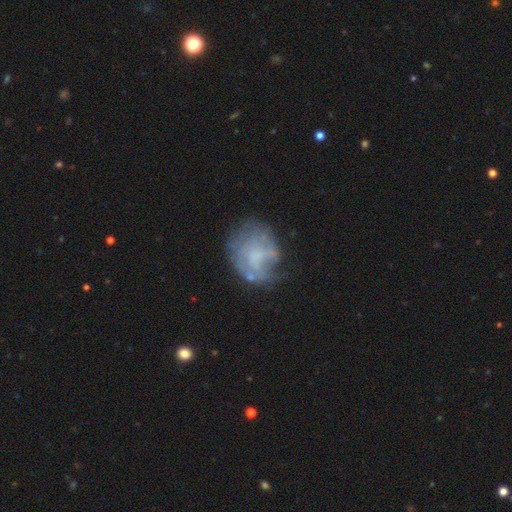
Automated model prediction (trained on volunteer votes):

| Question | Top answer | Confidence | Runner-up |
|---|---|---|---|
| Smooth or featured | featured or disk | 55% | smooth (36%) |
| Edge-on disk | no | 98% | yes (2%) |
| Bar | no | 76% | weak (21%) |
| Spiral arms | no | 52% | yes (48%) |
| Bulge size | none | 50% | small (25%) |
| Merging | none | 53% | minor disturbance (25%) |